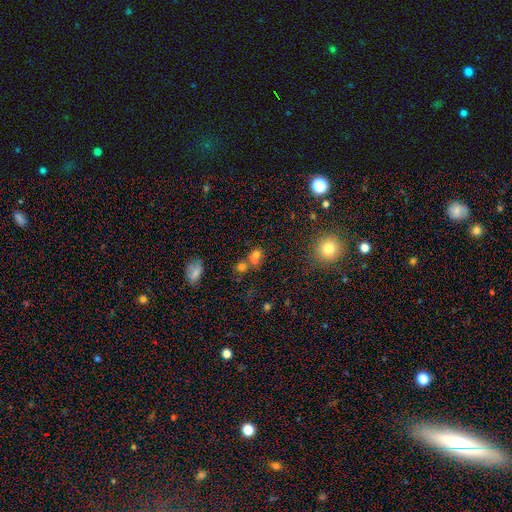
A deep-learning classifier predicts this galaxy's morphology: smooth-or-featured: smooth: 67% | star or artifact: 18% | featured or disk: 14%
  how-rounded: round: 72% | in between: 26% | cigar-shaped: 1%
  merging: merger: 50% | none: 38% | minor disturbance: 8% | major disturbance: 4%